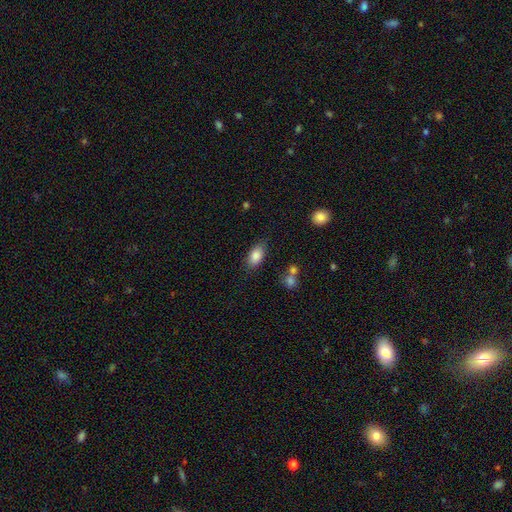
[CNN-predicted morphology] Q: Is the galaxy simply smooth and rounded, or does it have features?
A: smooth — 85%.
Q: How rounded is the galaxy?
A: in between — 90%.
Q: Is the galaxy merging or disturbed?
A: none — 74%.